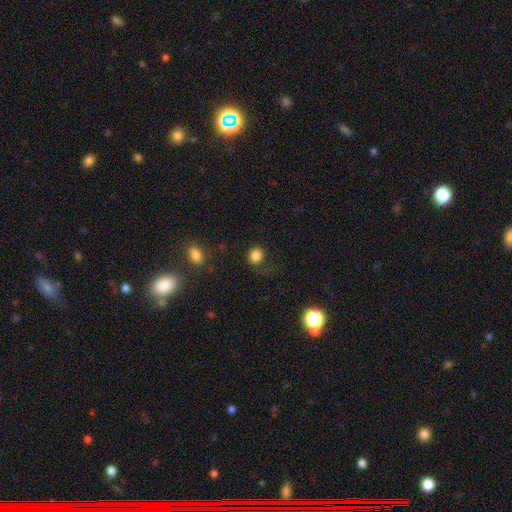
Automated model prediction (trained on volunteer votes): Smooth or featured?
  - smooth: 84% *
  - star or artifact: 12%
  - featured or disk: 4%
How rounded?
  - round: 81% *
  - in between: 18%
  - cigar-shaped: 1%
Merging?
  - none: 75% *
  - minor disturbance: 15%
  - major disturbance: 8%
  - merger: 2%